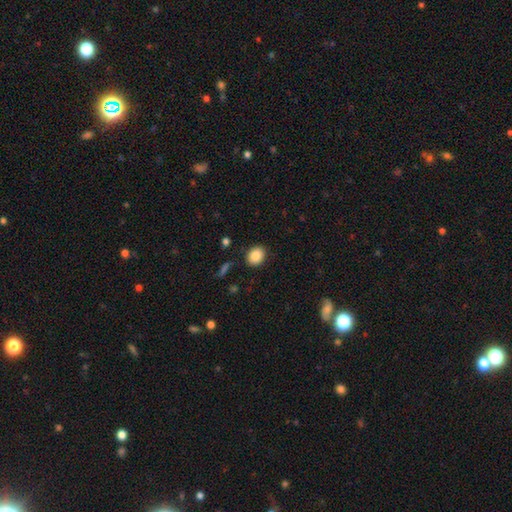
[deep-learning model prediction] Morphology: type=smooth (88%); roundness=in between (50%); merging=none (87%).